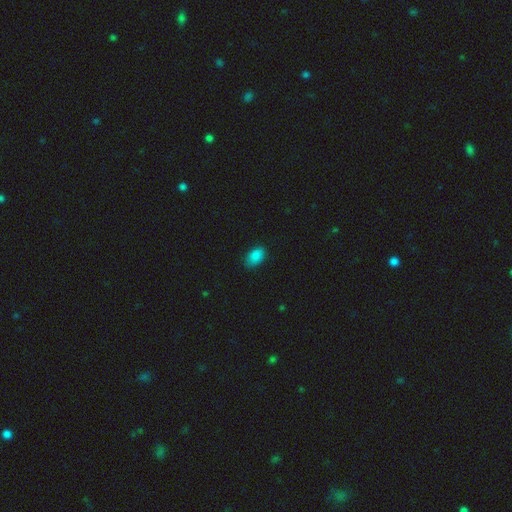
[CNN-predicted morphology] type=smooth (86%); roundness=in between (89%); merging=none (81%).